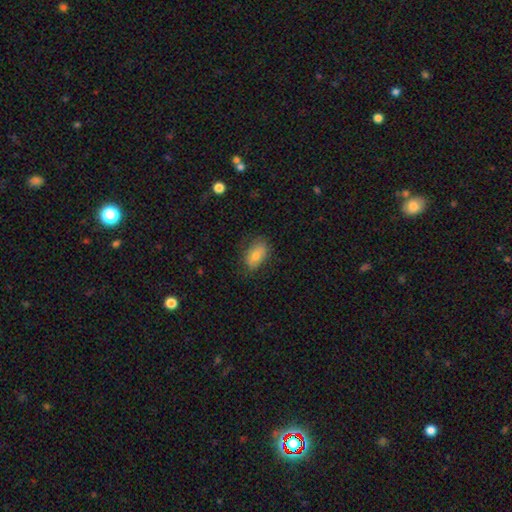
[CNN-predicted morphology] Q: Smooth or featured?
A: smooth (73%); runner-up: featured or disk (19%)
Q: How rounded?
A: in between (89%); runner-up: round (9%)
Q: Merging?
A: none (75%); runner-up: minor disturbance (19%)